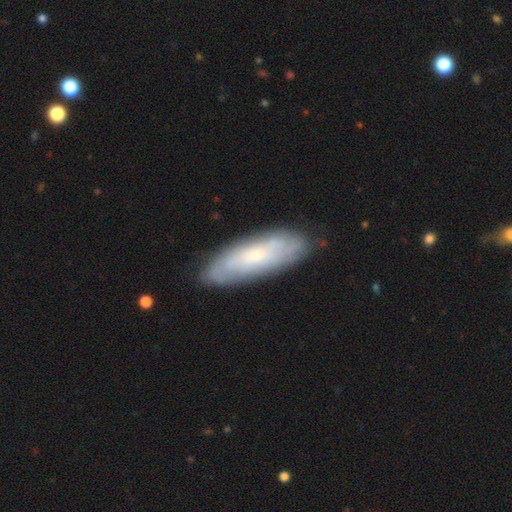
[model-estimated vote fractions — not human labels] This appears to be a featured or disk galaxy (49%). Merging: none (82%).